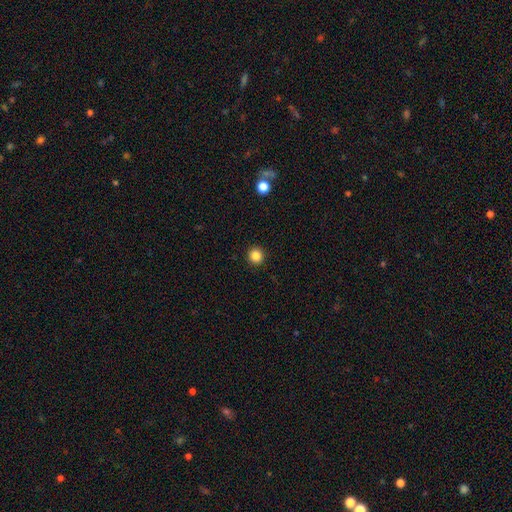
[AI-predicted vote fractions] smooth_or_featured: smooth (p=0.85) [alt: star or artifact p=0.12]
how_rounded: round (p=0.95) [alt: in between p=0.04]
merging: none (p=0.93) [alt: minor disturbance p=0.04]